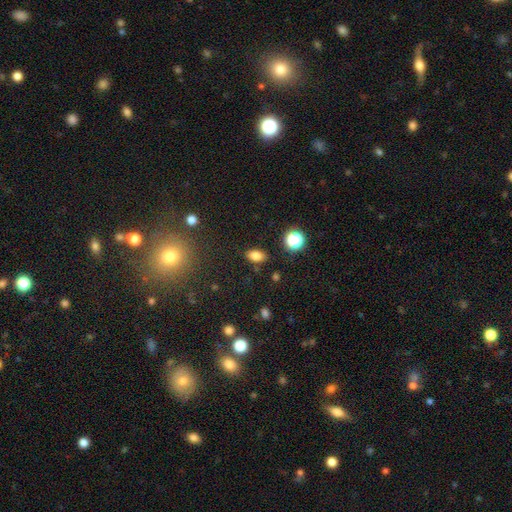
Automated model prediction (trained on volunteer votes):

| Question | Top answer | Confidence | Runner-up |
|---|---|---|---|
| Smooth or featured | smooth | 80% | star or artifact (13%) |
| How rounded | in between | 86% | round (11%) |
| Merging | none | 86% | minor disturbance (9%) |